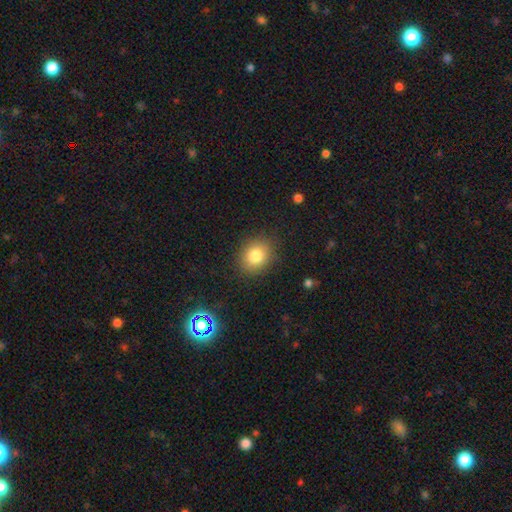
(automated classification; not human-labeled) Q: Smooth or featured?
A: smooth (81%); runner-up: star or artifact (11%)
Q: How rounded?
A: round (63%); runner-up: in between (36%)
Q: Merging?
A: none (87%); runner-up: minor disturbance (9%)